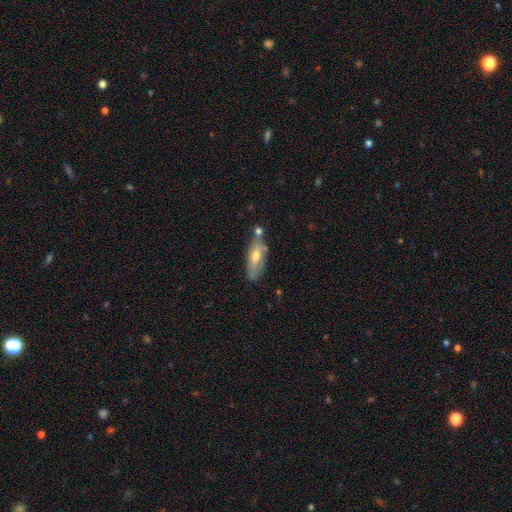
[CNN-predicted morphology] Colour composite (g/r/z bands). It shows a smooth galaxy with no disk features (52%) that is in between round and cigar-shaped (70%). Merging: none (63%).